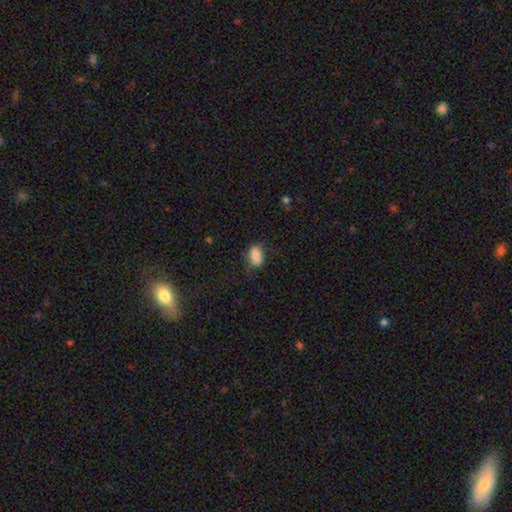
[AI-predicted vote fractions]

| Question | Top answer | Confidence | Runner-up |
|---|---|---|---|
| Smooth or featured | smooth | 84% | star or artifact (8%) |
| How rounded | in between | 89% | round (7%) |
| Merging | none | 64% | minor disturbance (26%) |